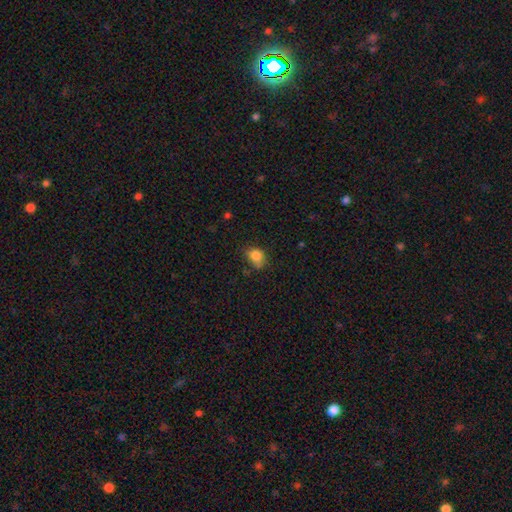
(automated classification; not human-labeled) Smooth or featured? Predicted: smooth (p=0.81). How rounded? Predicted: in between (p=0.50). Merging? Predicted: none (p=0.52).